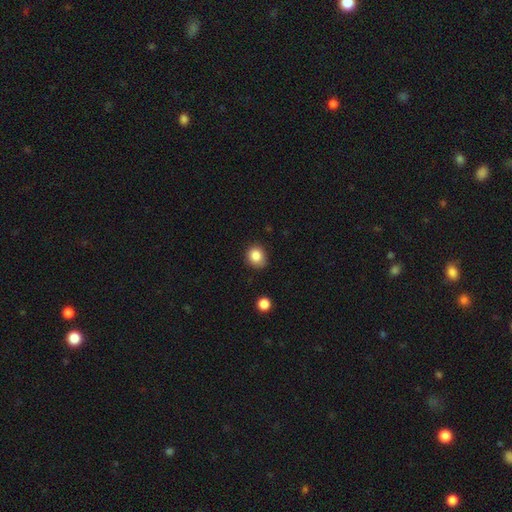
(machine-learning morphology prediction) A smooth galaxy with no disk features (85%) that is round (76%). Merging: none (77%).